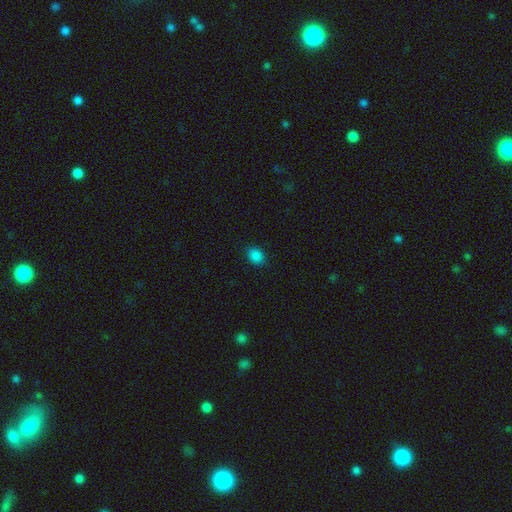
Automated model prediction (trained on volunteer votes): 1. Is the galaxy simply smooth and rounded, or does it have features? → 85% smooth, 12% star or artifact, 3% featured or disk.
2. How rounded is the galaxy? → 63% in between, 35% round, 1% cigar-shaped.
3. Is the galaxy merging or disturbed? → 89% none, 8% minor disturbance, 2% major disturbance, 1% merger.